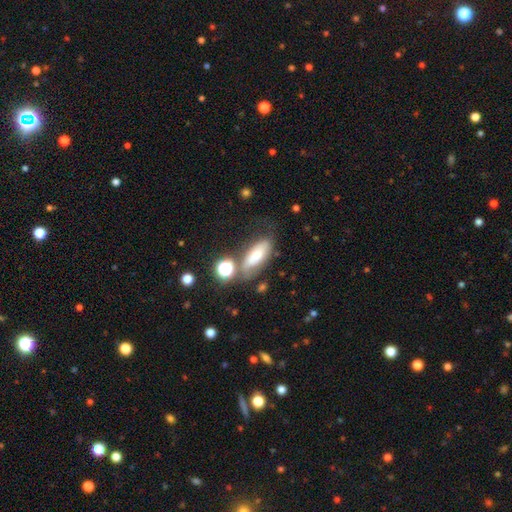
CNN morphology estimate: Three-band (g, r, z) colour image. It shows a smooth galaxy with no disk features (61%) that is in between round and cigar-shaped (79%). Merging: none (54%).